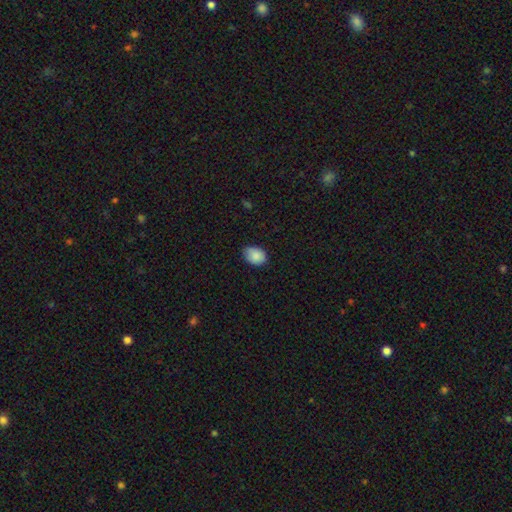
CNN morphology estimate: type=smooth (88%); roundness=in between (73%); merging=none (71%).